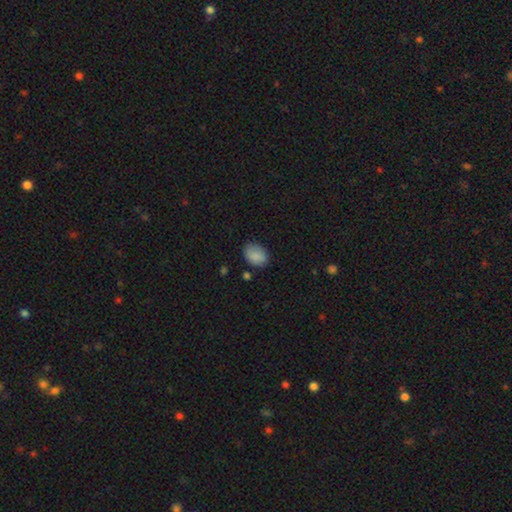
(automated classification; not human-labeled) This is clearly a smooth galaxy (86%). How rounded: likely in between (78%). Merging: likely none (75%).